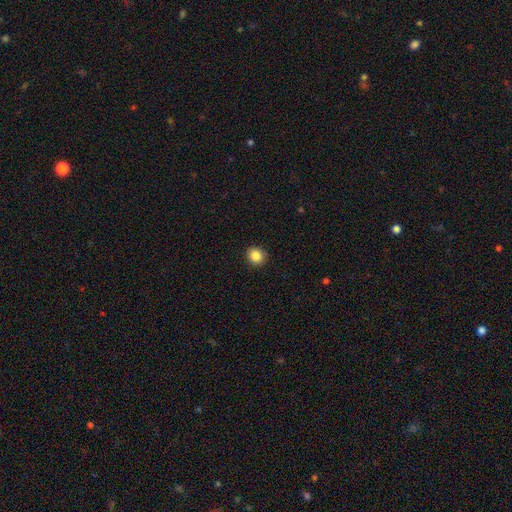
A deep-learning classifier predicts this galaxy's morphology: A smooth galaxy with no disk features (86%) that is round (82%). Merging: none (91%).